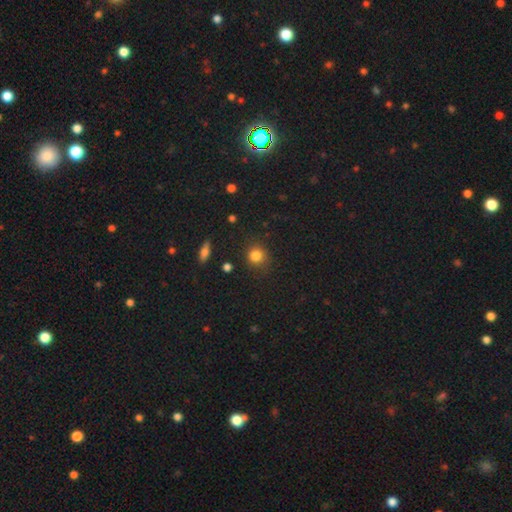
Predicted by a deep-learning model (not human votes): A smooth galaxy with no disk features (83%) that is round (86%). Merging: none (81%).